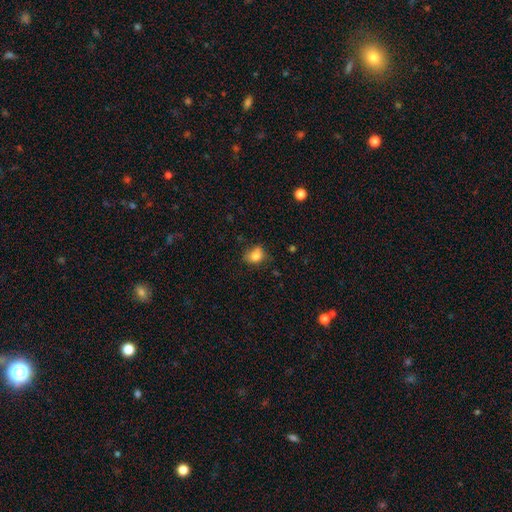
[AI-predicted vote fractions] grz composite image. It shows a smooth galaxy with no disk features (81%) that is round (53%). Merging: none (65%).